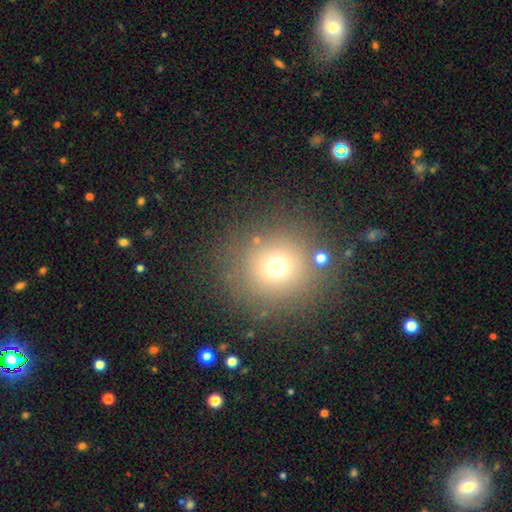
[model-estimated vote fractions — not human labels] smooth_or_featured: smooth (p=0.64) [alt: star or artifact p=0.25]
how_rounded: round (p=0.92) [alt: in between p=0.06]
merging: none (p=0.86) [alt: minor disturbance p=0.08]